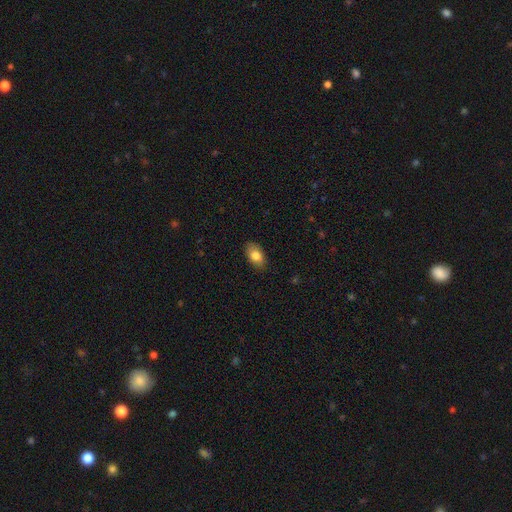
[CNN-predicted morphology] type=smooth (81%); roundness=in between (91%); merging=none (86%).